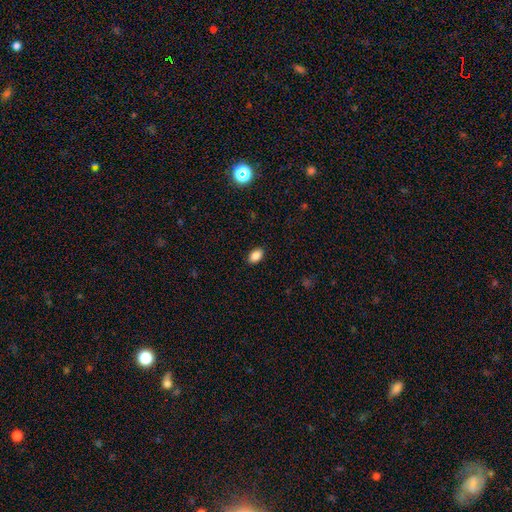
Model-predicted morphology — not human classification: smooth 88%, star or artifact 9%, featured or disk 3%. Down the decision tree: how rounded — in between (88%); merging — none (89%).